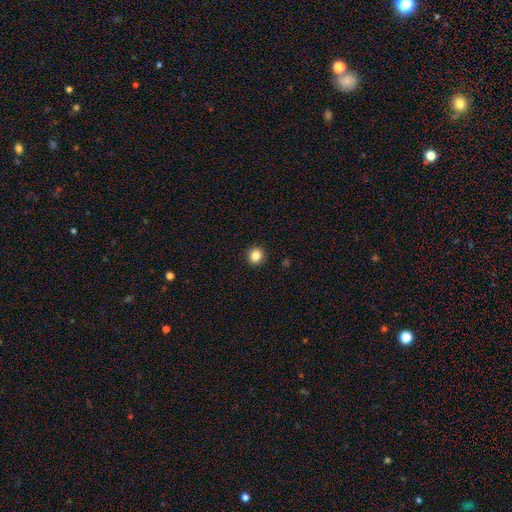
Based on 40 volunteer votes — smooth_or_featured: smooth (p=0.90) [alt: star or artifact p=0.07]
how_rounded: round (p=0.97) [alt: in between p=0.03]
merging: none (p=0.97) [alt: minor disturbance p=0.03]